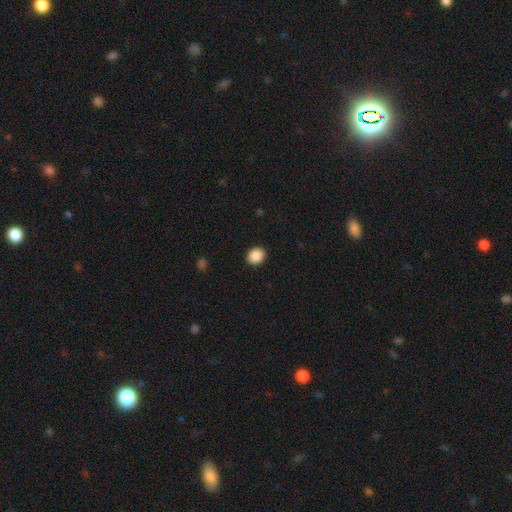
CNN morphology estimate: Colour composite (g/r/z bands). It shows a smooth galaxy with no disk features (89%) that is round (69%). Merging: none (92%).